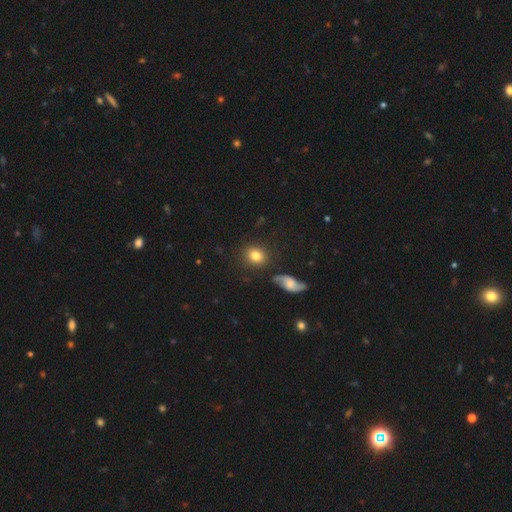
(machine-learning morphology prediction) A smooth galaxy with no disk features (81%) that is round (63%). Merging: none (80%).